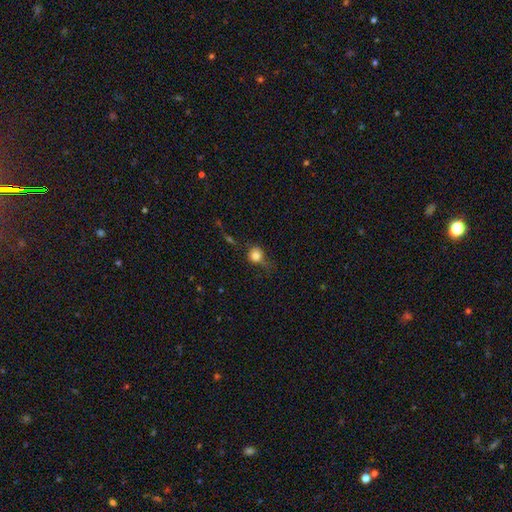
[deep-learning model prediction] Morphology: type=smooth (76%); roundness=round (82%); merging=none (45%).